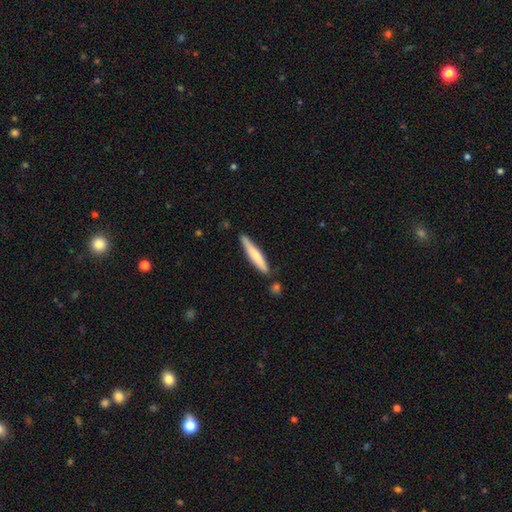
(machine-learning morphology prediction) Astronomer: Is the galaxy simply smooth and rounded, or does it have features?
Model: smooth — 68%.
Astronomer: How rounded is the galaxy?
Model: cigar-shaped — 92%.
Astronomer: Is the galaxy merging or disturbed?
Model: none — 77%.